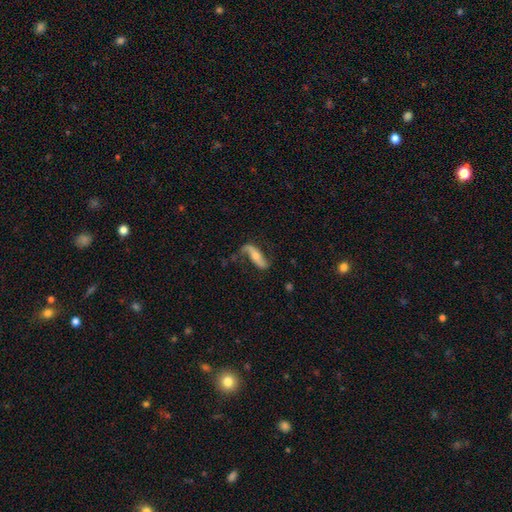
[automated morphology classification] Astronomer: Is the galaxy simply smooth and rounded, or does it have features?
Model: featured or disk — 72%.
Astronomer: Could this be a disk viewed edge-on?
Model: no — 81%.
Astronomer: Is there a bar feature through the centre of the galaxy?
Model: no — 45% (runner-up: strong, 31%).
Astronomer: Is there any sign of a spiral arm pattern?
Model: yes — 90%.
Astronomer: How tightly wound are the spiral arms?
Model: loose — 82%.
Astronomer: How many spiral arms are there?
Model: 2 — 83%.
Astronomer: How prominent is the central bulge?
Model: moderate — 51% (runner-up: small, 39%).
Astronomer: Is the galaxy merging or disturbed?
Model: none — 62%.